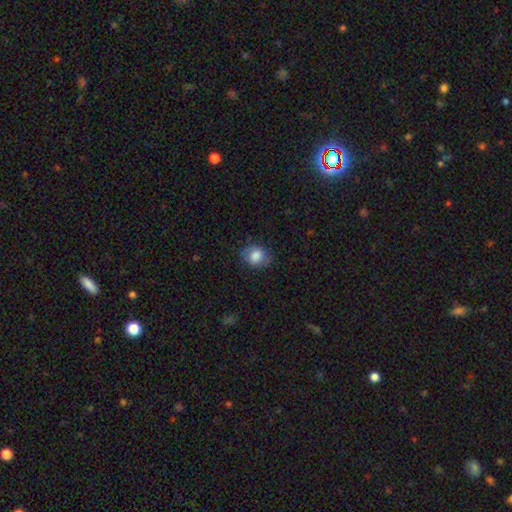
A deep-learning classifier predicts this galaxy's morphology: A smooth galaxy with no disk features (81%) that is round (62%).

Vote fractions:
- Smooth or featured? smooth: 81% / featured or disk: 11% / star or artifact: 8%
- How rounded? round: 62% / in between: 37% / cigar-shaped: 1%
- Merging? none: 74% / minor disturbance: 19% / major disturbance: 6% / merger: 1%